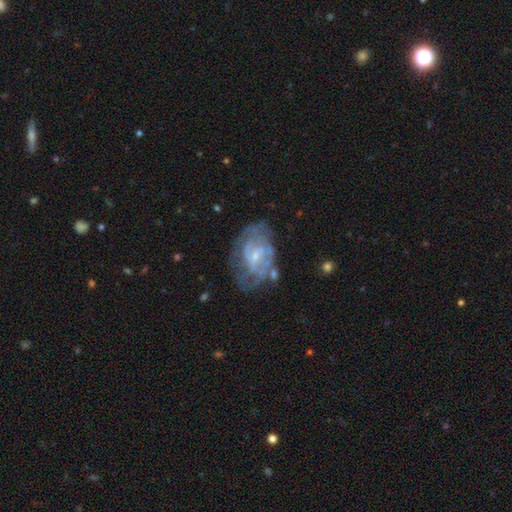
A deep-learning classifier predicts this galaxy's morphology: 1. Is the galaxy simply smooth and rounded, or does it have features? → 75% featured or disk, 17% smooth, 8% star or artifact.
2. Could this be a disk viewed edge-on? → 97% no, 3% yes.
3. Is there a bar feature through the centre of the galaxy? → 51% weak, 36% no, 13% strong.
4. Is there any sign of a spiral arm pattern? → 69% yes, 31% no.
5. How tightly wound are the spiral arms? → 44% tight, 40% medium, 16% loose.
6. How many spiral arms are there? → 50% can't tell, 29% 2, 10% 3, 5% 1, 4% 4, 3% more than 4.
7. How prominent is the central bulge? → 63% small, 26% moderate, 9% none, 2% large, 1% dominant.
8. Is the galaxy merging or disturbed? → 50% none, 25% minor disturbance, 20% major disturbance, 6% merger.